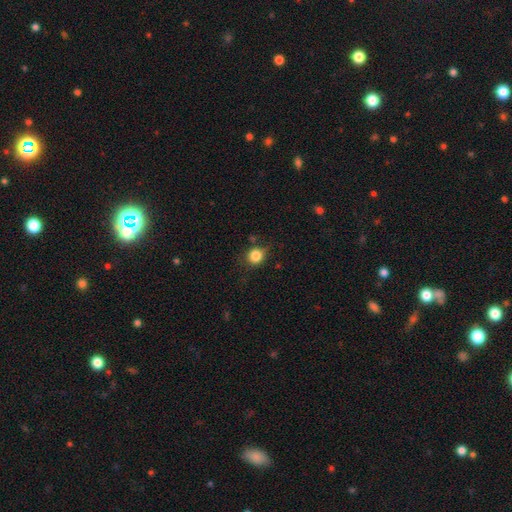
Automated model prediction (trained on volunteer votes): Q: Smooth or featured?
A: smooth (84%); runner-up: star or artifact (11%)
Q: How rounded?
A: round (85%); runner-up: in between (14%)
Q: Merging?
A: none (75%); runner-up: minor disturbance (17%)